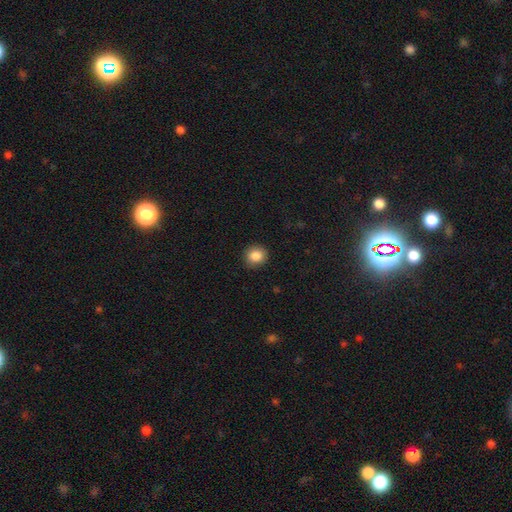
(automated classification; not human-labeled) Smooth or featured: smooth — 87% (star or artifact — 9%)
How rounded: round — 85% (in between — 14%)
Merging: none — 89% (minor disturbance — 8%)